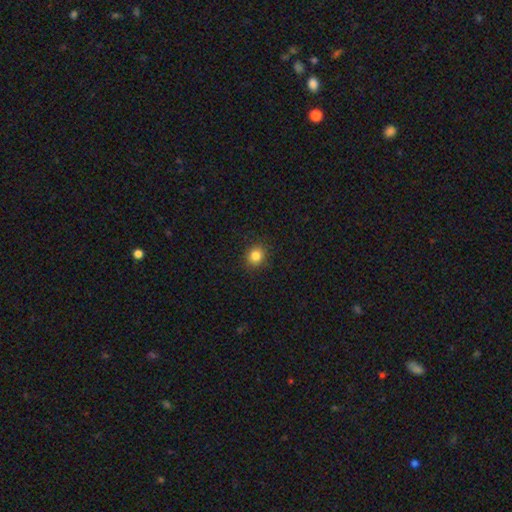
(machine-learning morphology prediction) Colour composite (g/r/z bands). It shows a smooth galaxy with no disk features (84%) that is round (81%). Merging: none (89%).